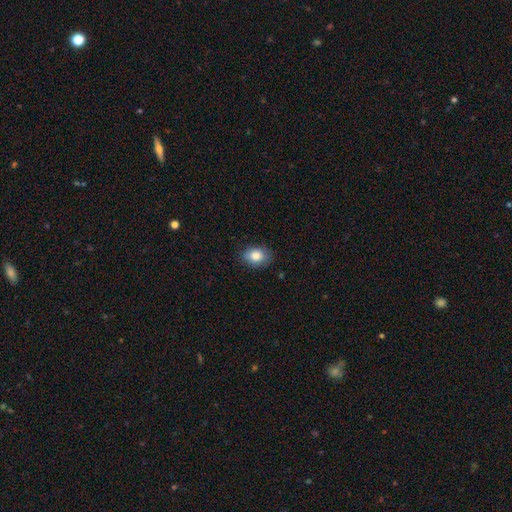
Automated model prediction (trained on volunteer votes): Q: Smooth or featured?
A: smooth (84%); runner-up: star or artifact (8%)
Q: How rounded?
A: in between (76%); runner-up: round (23%)
Q: Merging?
A: none (84%); runner-up: minor disturbance (12%)